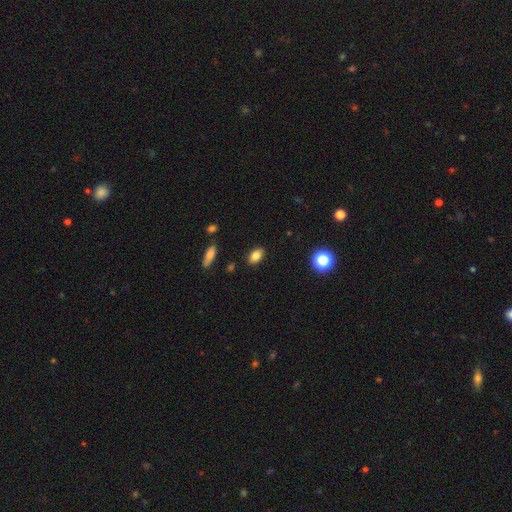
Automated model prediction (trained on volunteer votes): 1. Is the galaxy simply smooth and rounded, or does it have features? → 82% smooth, 10% star or artifact, 8% featured or disk.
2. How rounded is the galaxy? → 85% in between, 12% round, 3% cigar-shaped.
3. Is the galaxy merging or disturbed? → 87% none, 9% minor disturbance, 2% major disturbance, 2% merger.